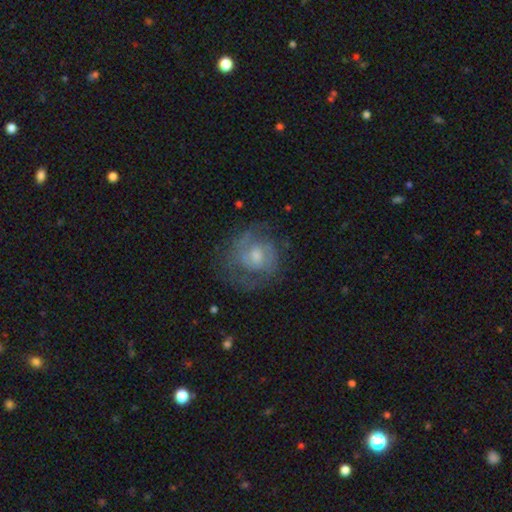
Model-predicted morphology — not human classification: Smooth or featured: featured or disk — 68% (smooth — 24%)
Edge-on disk: no — 98% (yes — 2%)
Bar: no — 64% (weak — 32%)
Spiral arms: yes — 79% (no — 21%)
Spiral winding: tight — 45% (medium — 40%)
Spiral arm count: 2 — 48% (can't tell — 31%)
Bulge size: moderate — 49% (small — 38%)
Merging: none — 60% (minor disturbance — 20%)